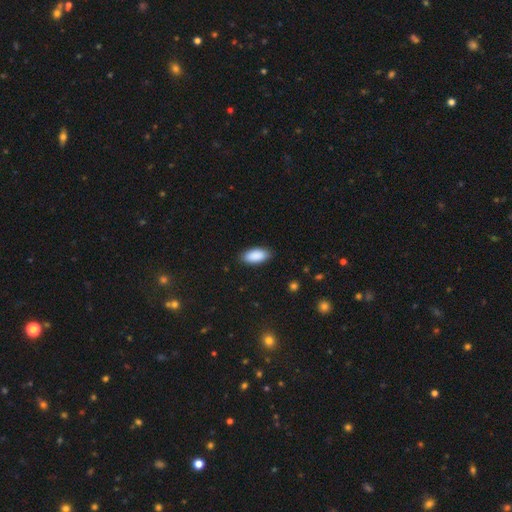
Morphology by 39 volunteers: A smooth galaxy with no disk features (87%) that is in between round and cigar-shaped (91%).

Vote fractions:
- Smooth or featured? smooth: 87% / star or artifact: 8% / featured or disk: 5%
- How rounded? in between: 91% / cigar-shaped: 6% / round: 3%
- Merging? none: 86% / minor disturbance: 11% / merger: 3% / major disturbance: 0%